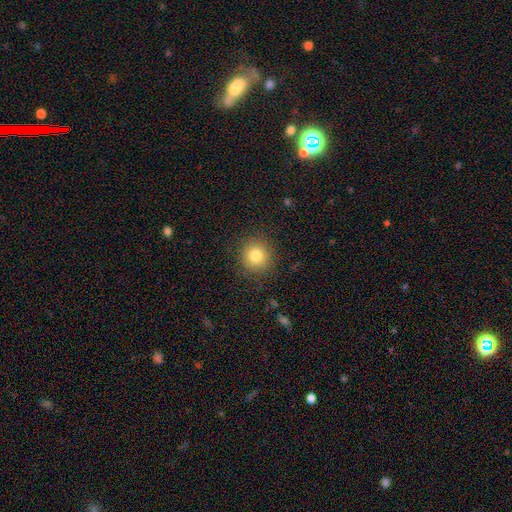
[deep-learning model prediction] Smooth or featured? smooth (81%)
How rounded? round (92%)
Merging? none (89%)